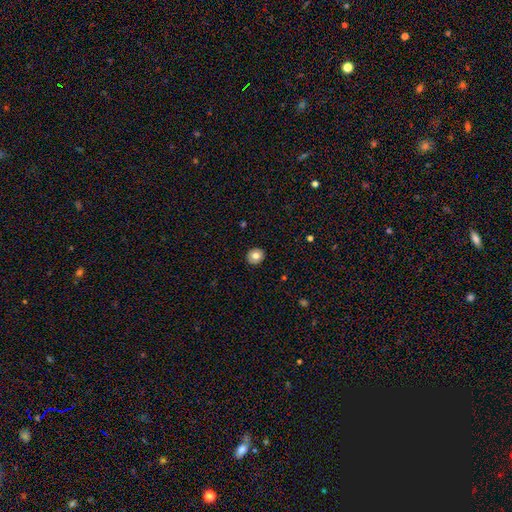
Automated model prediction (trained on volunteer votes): This is likely a smooth galaxy (77%). How rounded: clearly round (83%). Merging: clearly none (91%).